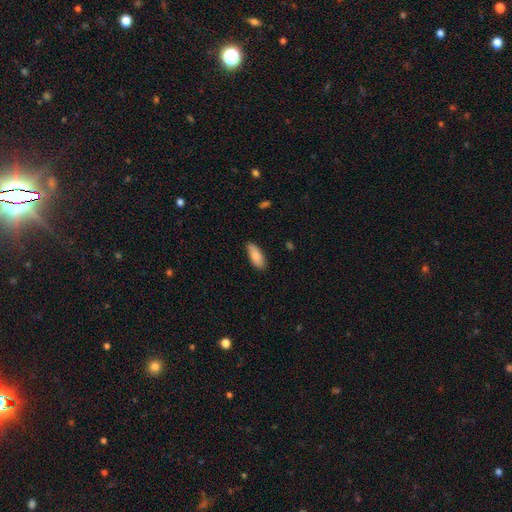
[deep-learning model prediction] smooth 84%, featured or disk 10%, star or artifact 6%. Down the decision tree: how rounded — in between (78%); merging — none (77%).